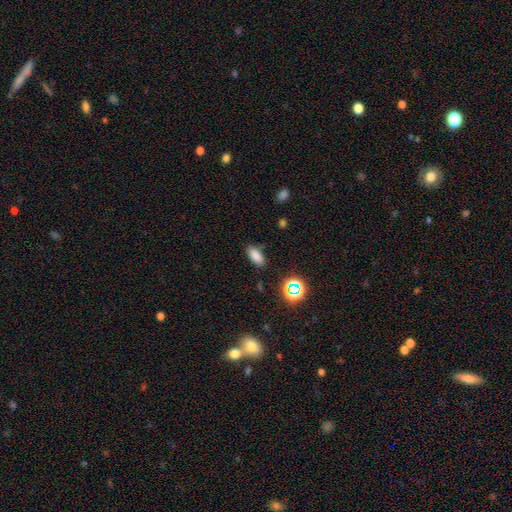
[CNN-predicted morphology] A smooth galaxy with no disk features (79%) that is in between round and cigar-shaped (87%).

Vote fractions:
- Smooth or featured? smooth: 79% / star or artifact: 15% / featured or disk: 5%
- How rounded? in between: 87% / cigar-shaped: 8% / round: 5%
- Merging? none: 83% / minor disturbance: 12% / major disturbance: 3% / merger: 2%